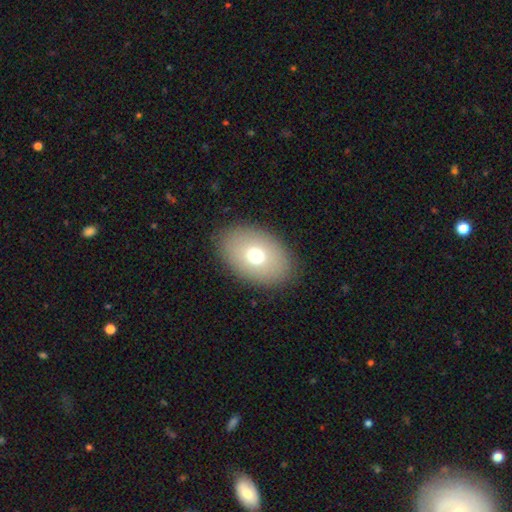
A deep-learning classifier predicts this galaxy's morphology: This is likely a smooth galaxy (70%). How rounded: clearly in between (81%). Merging: clearly none (87%).